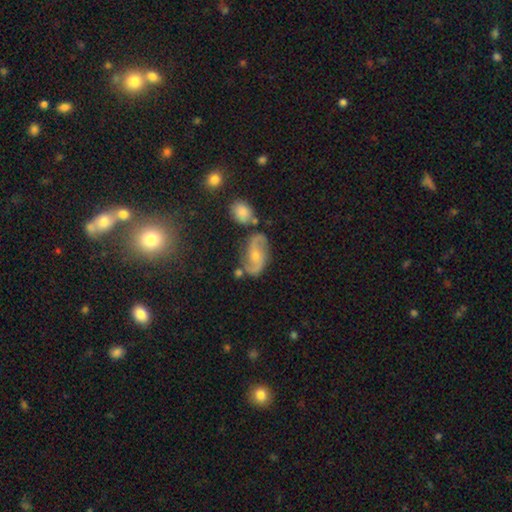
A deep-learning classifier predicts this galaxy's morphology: This appears to be a featured or disk galaxy (79%) with no bar (54%), 2 (91%) loose (44%) spiral arms (94%) and a small central bulge (51%). Merging: none (65%).